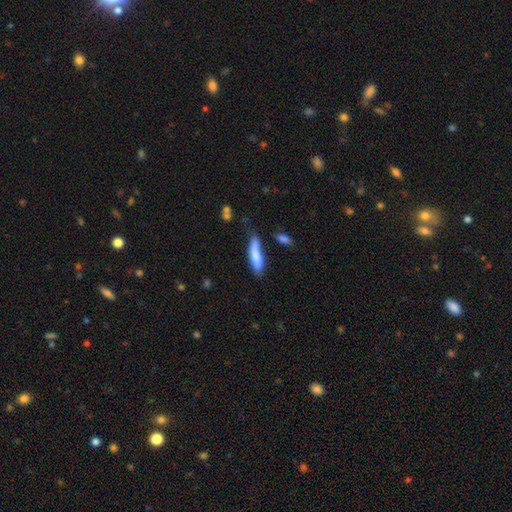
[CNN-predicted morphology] This appears to be a smooth galaxy with no disk features (71%) that is cigar-shaped (67%). Merging: none (56%).